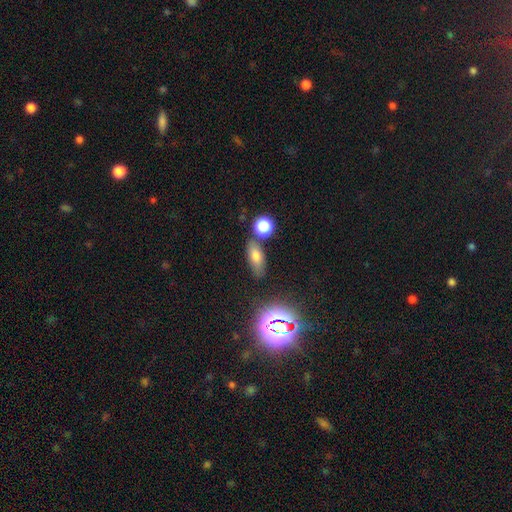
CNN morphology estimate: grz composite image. It shows a smooth galaxy with no disk features (68%) that is in between round and cigar-shaped (72%). Merging: none (70%).